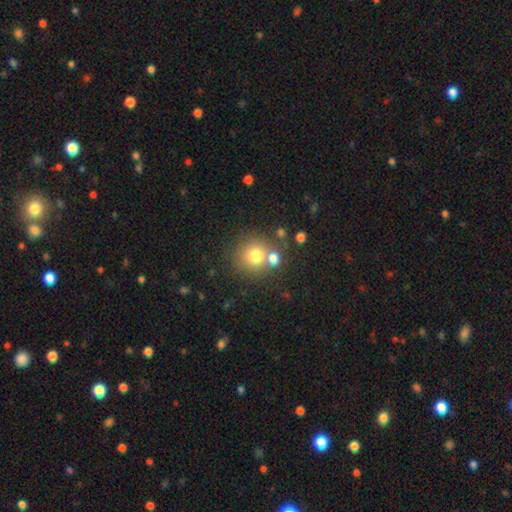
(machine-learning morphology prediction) Smooth or featured: smooth — 75% (star or artifact — 13%)
How rounded: round — 90% (in between — 9%)
Merging: none — 64% (merger — 23%)